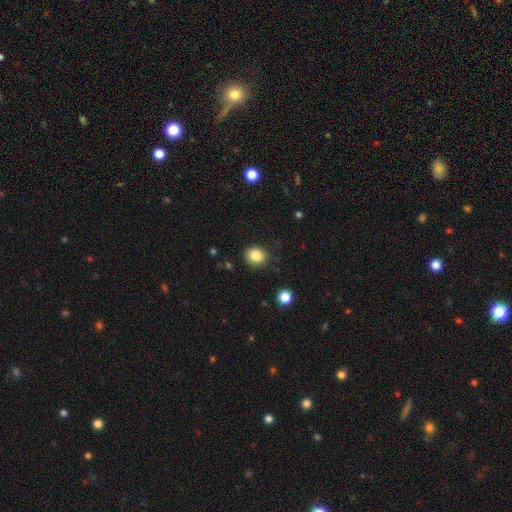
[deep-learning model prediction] Overall: smooth (85%). How rounded: round (77%). Merging: none (85%).